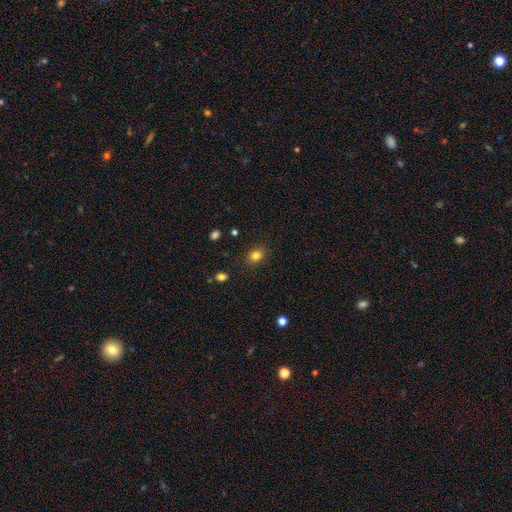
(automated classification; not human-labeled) A smooth galaxy with no disk features (82%) that is in between round and cigar-shaped (61%).

Vote fractions:
- Smooth or featured? smooth: 82% / star or artifact: 11% / featured or disk: 6%
- How rounded? in between: 61% / round: 38% / cigar-shaped: 1%
- Merging? none: 86% / minor disturbance: 10% / major disturbance: 3% / merger: 1%